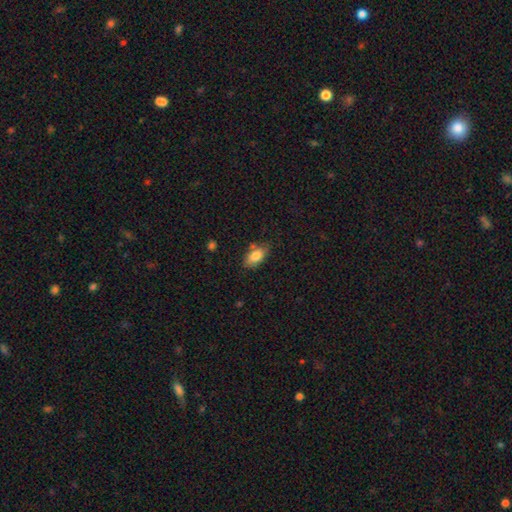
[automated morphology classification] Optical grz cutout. It shows a smooth galaxy with no disk features (83%) that is in between round and cigar-shaped (89%). Merging: none (72%).